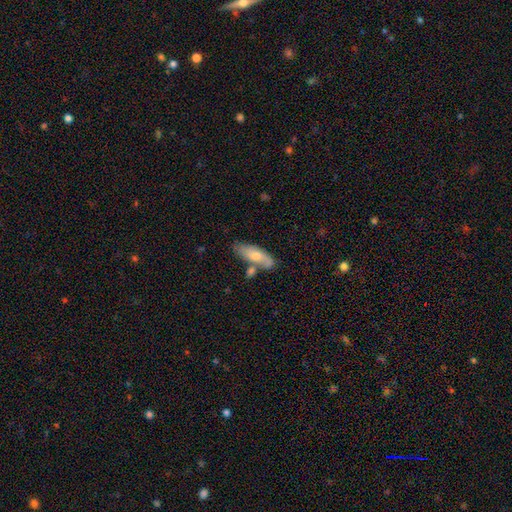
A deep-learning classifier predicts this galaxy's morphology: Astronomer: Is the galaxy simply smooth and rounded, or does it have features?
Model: smooth — 63%.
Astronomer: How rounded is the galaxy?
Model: in between — 64%.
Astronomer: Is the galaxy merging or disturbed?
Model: none — 59%.